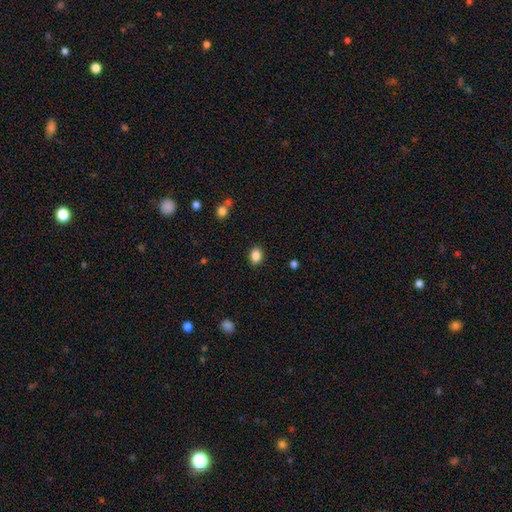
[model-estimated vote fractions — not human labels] Overall: smooth (87%). How rounded: in between (65%; round 34%). Merging: none (87%).